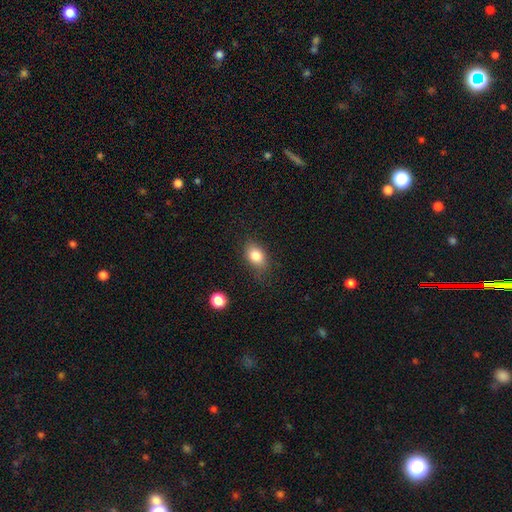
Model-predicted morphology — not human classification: Overall: smooth (83%). How rounded: in between (79%). Merging: none (77%).